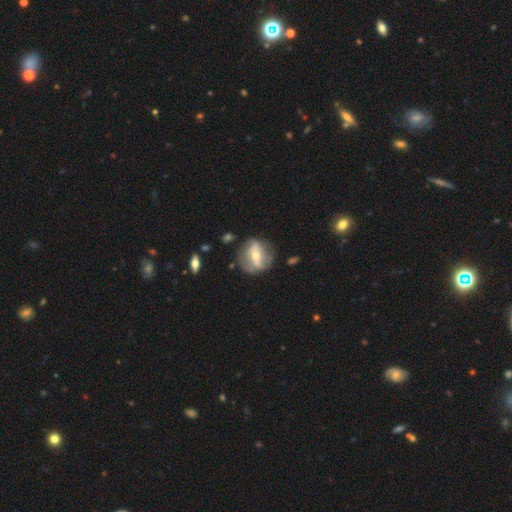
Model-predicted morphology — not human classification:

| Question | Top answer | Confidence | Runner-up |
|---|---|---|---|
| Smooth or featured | featured or disk | 67% | smooth (26%) |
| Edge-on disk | no | 88% | yes (12%) |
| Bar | strong | 53% | weak (27%) |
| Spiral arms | yes | 53% | no (47%) |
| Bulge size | moderate | 59% | small (35%) |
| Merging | none | 69% | minor disturbance (19%) |